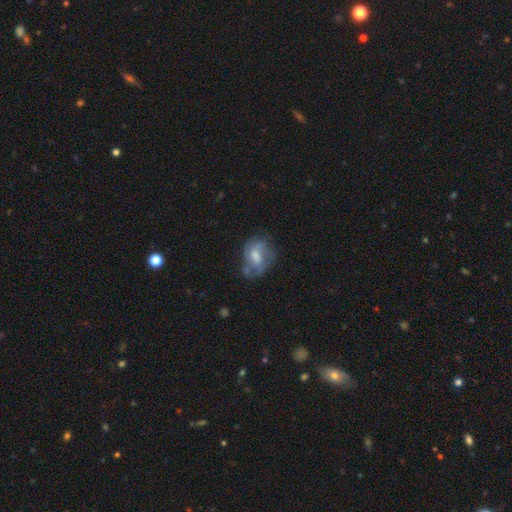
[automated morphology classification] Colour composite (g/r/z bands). It shows a featured or disk galaxy (52%) with no bar (44%, tied with weak), spiral arms (59%) and a moderate central bulge (47%). Merging: none (51%).